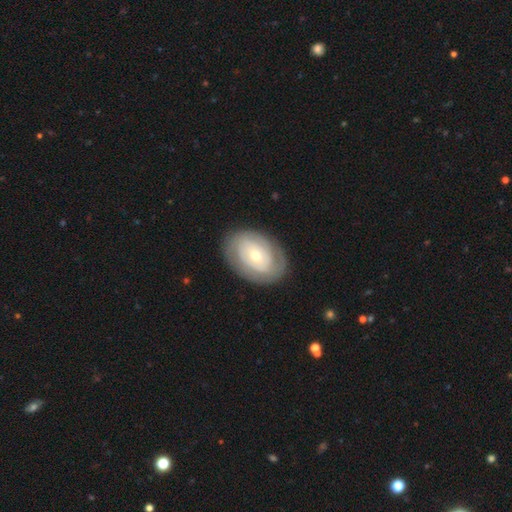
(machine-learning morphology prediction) A featured or disk galaxy (64%) with no bar (73%), spiral arms (65%) and a small central bulge (50%).

Vote fractions:
- Smooth or featured? featured or disk: 64% / smooth: 31% / star or artifact: 6%
- Edge-on disk? no: 95% / yes: 5%
- Bar? no: 73% / weak: 21% / strong: 6%
- Spiral arms? yes: 65% / no: 35%
- Bulge size? small: 50% / moderate: 46% / large: 3% / dominant: 1% / none: 1%
- Merging? none: 82% / minor disturbance: 12% / major disturbance: 4% / merger: 1%